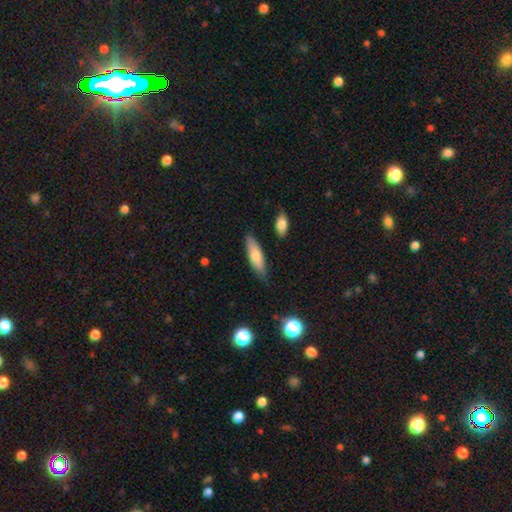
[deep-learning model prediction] Morphology: type=smooth (75%); roundness=cigar-shaped (52%); merging=none (79%).